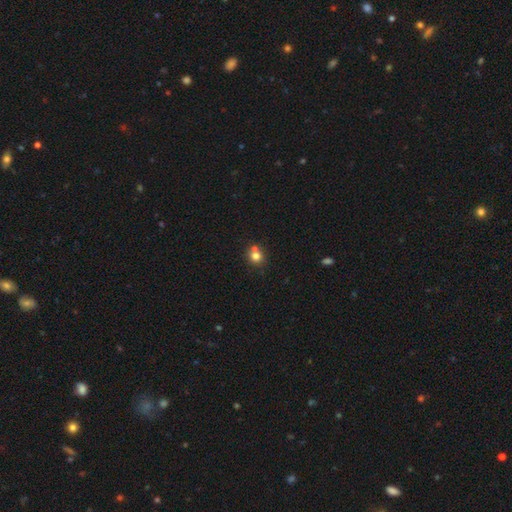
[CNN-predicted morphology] Q: Smooth or featured?
A: smooth (77%); runner-up: star or artifact (13%)
Q: How rounded?
A: round (83%); runner-up: in between (16%)
Q: Merging?
A: none (58%); runner-up: merger (30%)